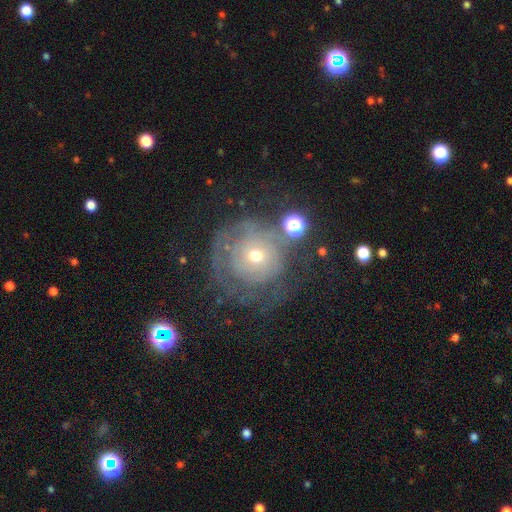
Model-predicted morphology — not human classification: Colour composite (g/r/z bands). It shows a featured or disk galaxy (61%) with no bar (86%), spiral arms (64%) and a small central bulge (52%). Merging: none (58%).